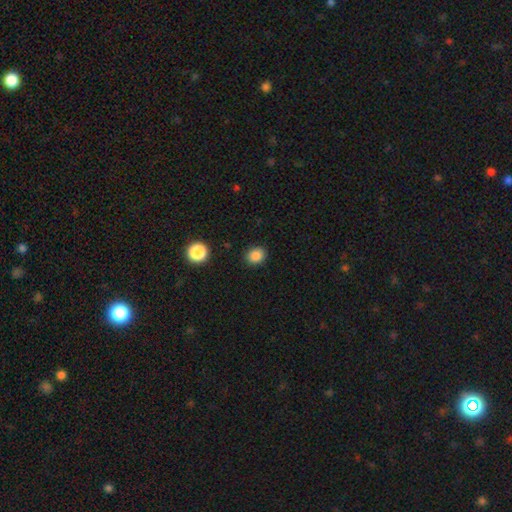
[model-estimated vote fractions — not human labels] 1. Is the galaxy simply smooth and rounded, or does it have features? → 86% smooth, 11% star or artifact, 3% featured or disk.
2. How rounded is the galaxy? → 73% round, 27% in between, 1% cigar-shaped.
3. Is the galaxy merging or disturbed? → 89% none, 7% minor disturbance, 2% major disturbance, 1% merger.